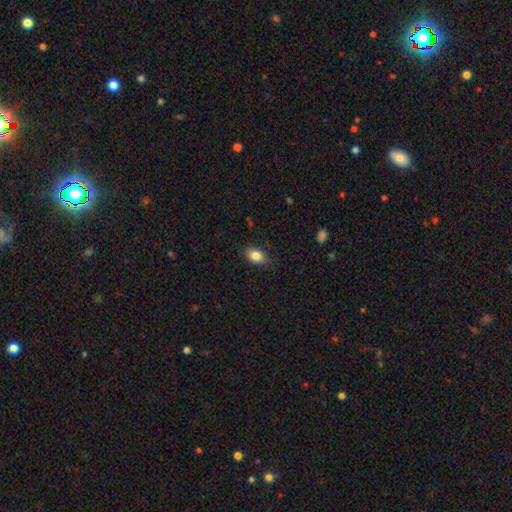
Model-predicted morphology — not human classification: A smooth galaxy with no disk features (85%) that is in between round and cigar-shaped (80%).

Vote fractions:
- Smooth or featured? smooth: 85% / star or artifact: 9% / featured or disk: 7%
- How rounded? in between: 80% / round: 18% / cigar-shaped: 1%
- Merging? none: 83% / minor disturbance: 13% / major disturbance: 3% / merger: 1%